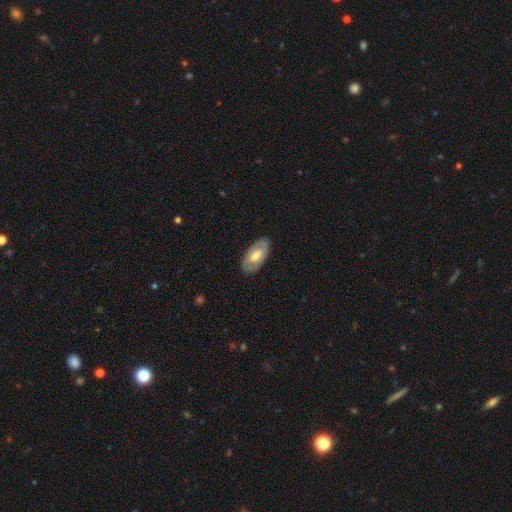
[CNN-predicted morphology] Smooth or featured? Predicted: smooth (p=0.49). Merging? Predicted: none (p=0.85).